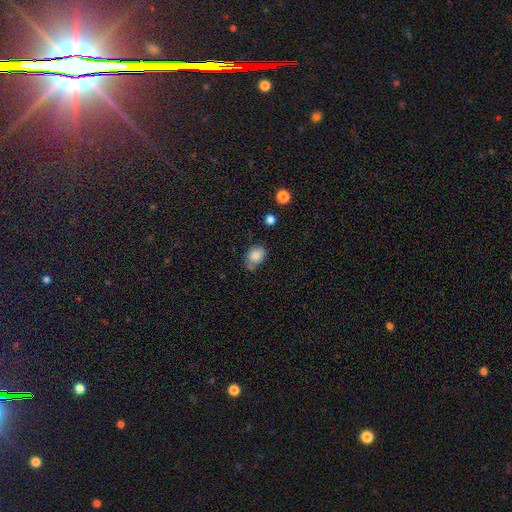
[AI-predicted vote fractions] Smooth or featured?
  - smooth: 82% *
  - star or artifact: 9%
  - featured or disk: 9%
How rounded?
  - in between: 69% *
  - round: 30%
  - cigar-shaped: 1%
Merging?
  - none: 52% *
  - minor disturbance: 32%
  - merger: 8%
  - major disturbance: 8%